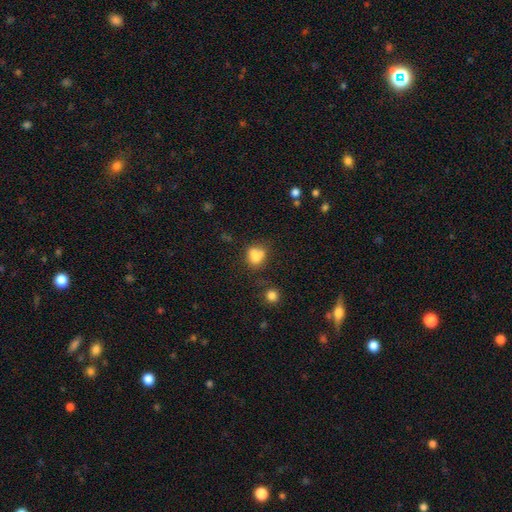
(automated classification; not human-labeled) Morphology: type=smooth (71%); roundness=round (60%); merging=merger (40%).